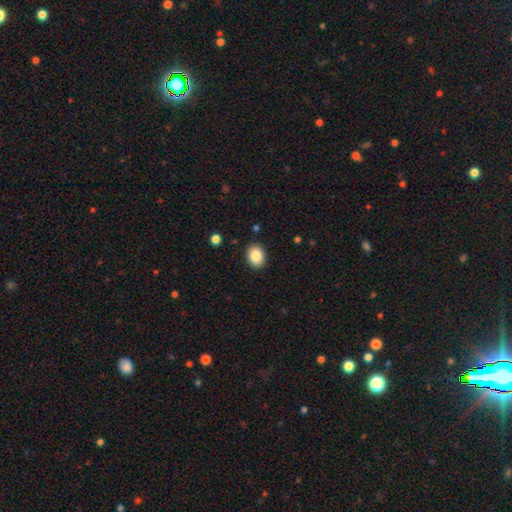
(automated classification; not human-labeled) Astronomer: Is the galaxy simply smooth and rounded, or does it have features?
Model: smooth — 86%.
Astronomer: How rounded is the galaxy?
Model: in between — 72%.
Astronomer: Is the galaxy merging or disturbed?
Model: none — 90%.